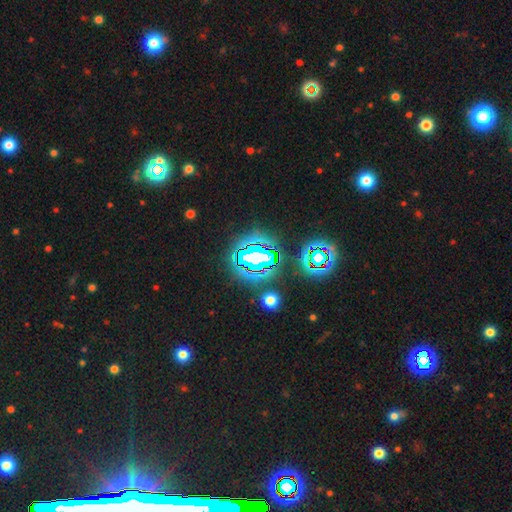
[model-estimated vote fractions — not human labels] star or artifact 72%, smooth 15%, featured or disk 13%.